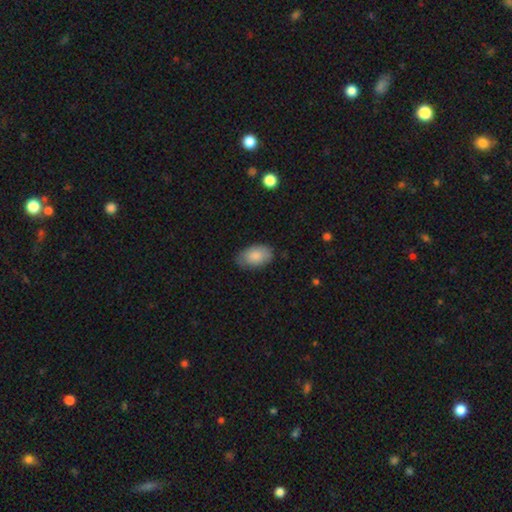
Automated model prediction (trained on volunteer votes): smooth_or_featured: smooth (p=0.86) [alt: featured or disk p=0.08]
how_rounded: in between (p=0.93) [alt: round p=0.06]
merging: none (p=0.74) [alt: minor disturbance p=0.21]